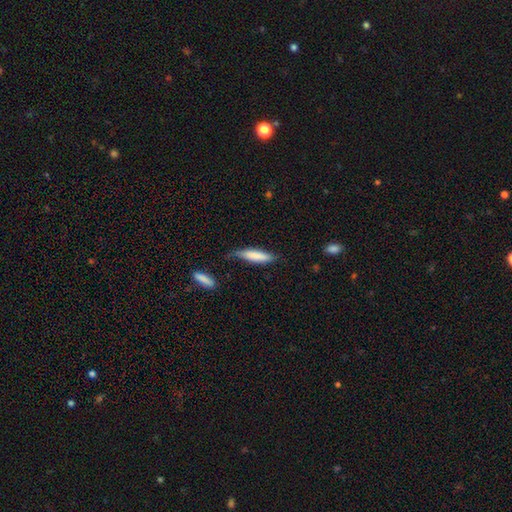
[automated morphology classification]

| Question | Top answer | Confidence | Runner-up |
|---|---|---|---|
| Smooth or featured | smooth | 79% | featured or disk (16%) |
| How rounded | cigar-shaped | 73% | in between (25%) |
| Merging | none | 56% | minor disturbance (31%) |